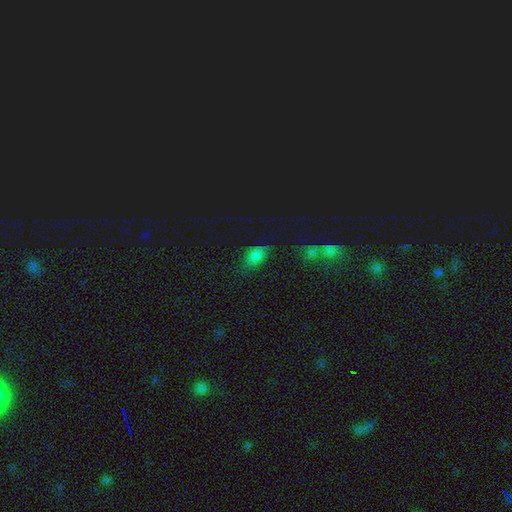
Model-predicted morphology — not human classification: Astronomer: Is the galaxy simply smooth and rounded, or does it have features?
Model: smooth — 65%.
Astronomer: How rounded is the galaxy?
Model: in between — 80%.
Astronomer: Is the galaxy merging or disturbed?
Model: none — 62%.